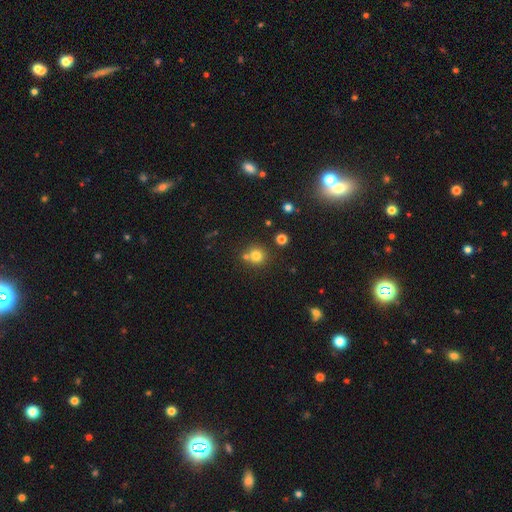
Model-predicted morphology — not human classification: Smooth or featured? smooth (77%)
How rounded? round (91%)
Merging? none (68%)